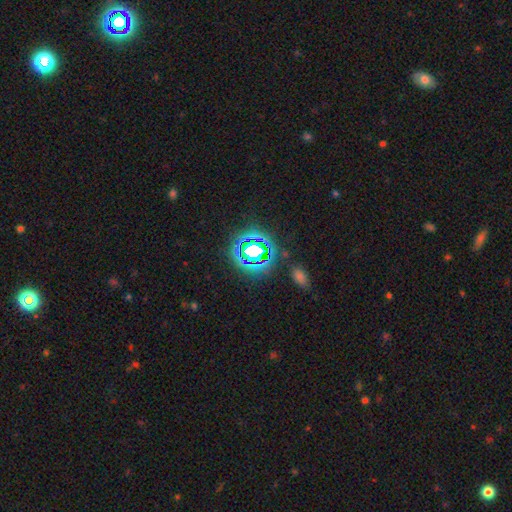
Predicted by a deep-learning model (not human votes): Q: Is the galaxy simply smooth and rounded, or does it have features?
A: star or artifact — 63%.